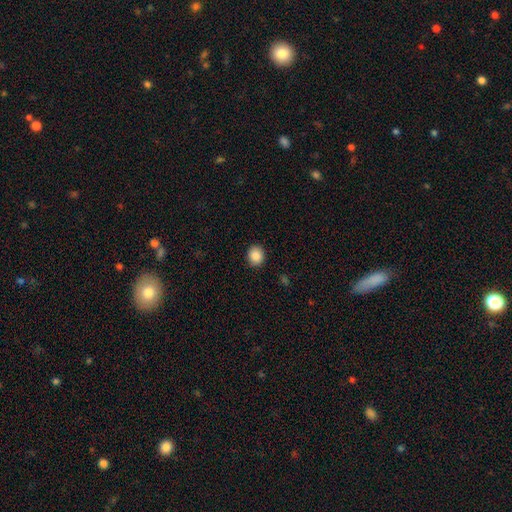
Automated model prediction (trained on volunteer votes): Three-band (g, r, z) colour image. It shows a smooth galaxy with no disk features (88%) that is round (75%). Merging: none (90%).